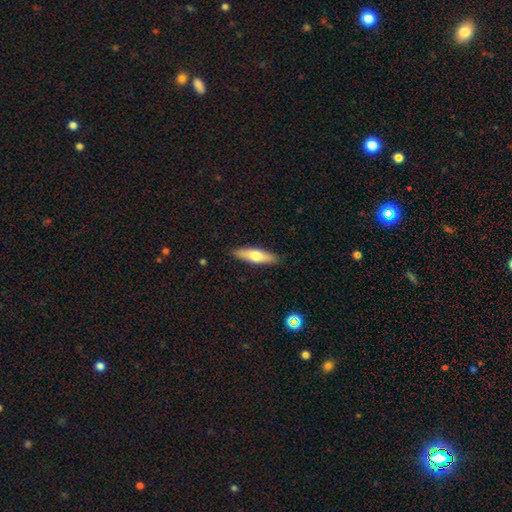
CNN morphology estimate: A smooth galaxy with no disk features (62%) that is cigar-shaped (59%).

Vote fractions:
- Smooth or featured? smooth: 62% / featured or disk: 32% / star or artifact: 6%
- How rounded? cigar-shaped: 59% / in between: 39% / round: 2%
- Merging? none: 89% / minor disturbance: 9% / major disturbance: 2% / merger: 1%